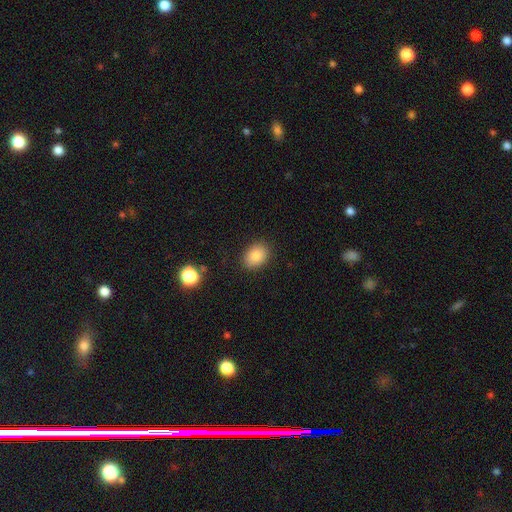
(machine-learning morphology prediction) This appears to be a smooth galaxy with no disk features (85%) that is in between round and cigar-shaped (71%). Merging: none (87%).